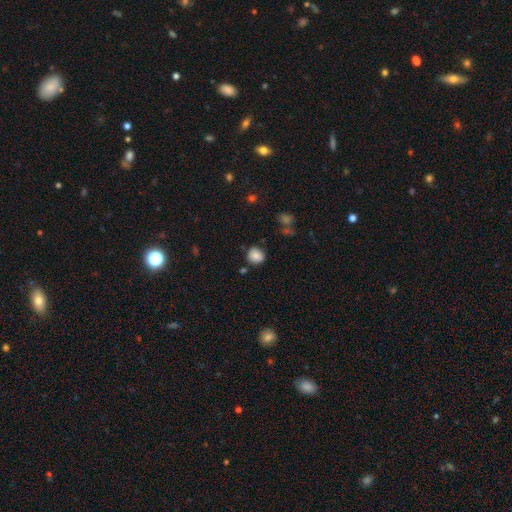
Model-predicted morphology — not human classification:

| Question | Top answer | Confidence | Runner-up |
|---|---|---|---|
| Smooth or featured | smooth | 85% | star or artifact (10%) |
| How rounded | round | 82% | in between (17%) |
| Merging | none | 80% | minor disturbance (13%) |